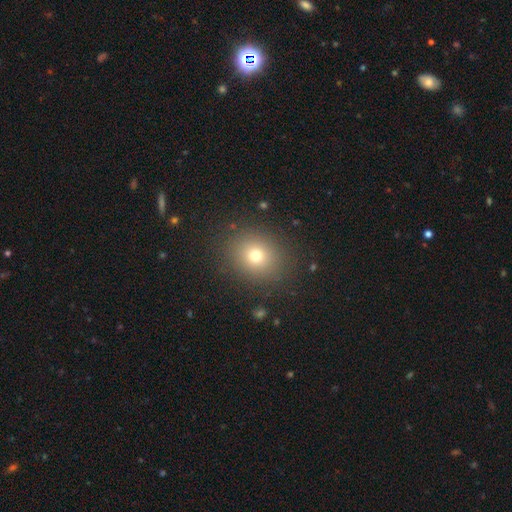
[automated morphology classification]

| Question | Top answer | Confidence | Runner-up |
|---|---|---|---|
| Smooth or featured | smooth | 73% | star or artifact (16%) |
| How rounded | round | 68% | in between (31%) |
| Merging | none | 87% | minor disturbance (8%) |